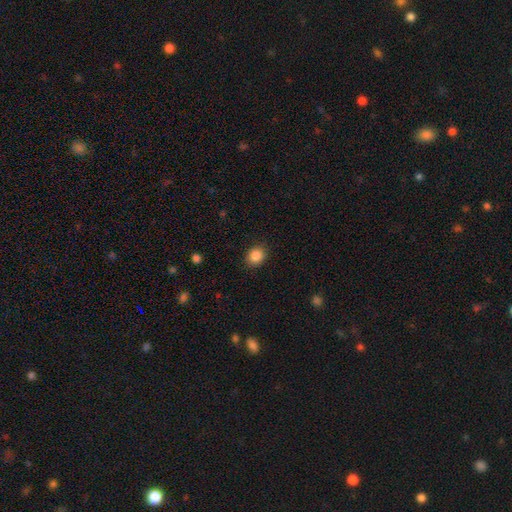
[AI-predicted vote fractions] smooth_or_featured: smooth (p=0.87) [alt: star or artifact p=0.09]
how_rounded: round (p=0.59) [alt: in between p=0.40]
merging: none (p=0.87) [alt: minor disturbance p=0.10]